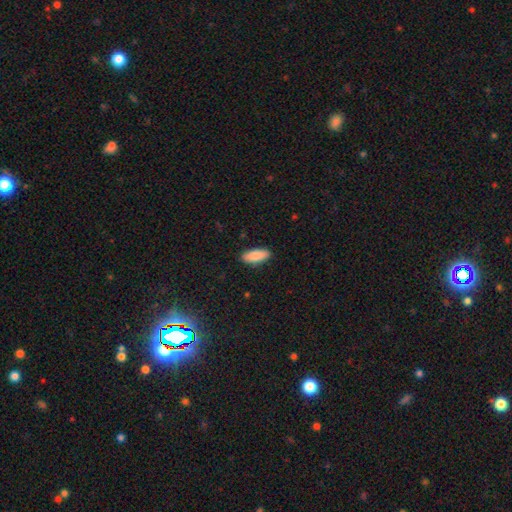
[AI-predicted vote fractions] Overall: smooth (87%). How rounded: in between (79%). Merging: none (89%).